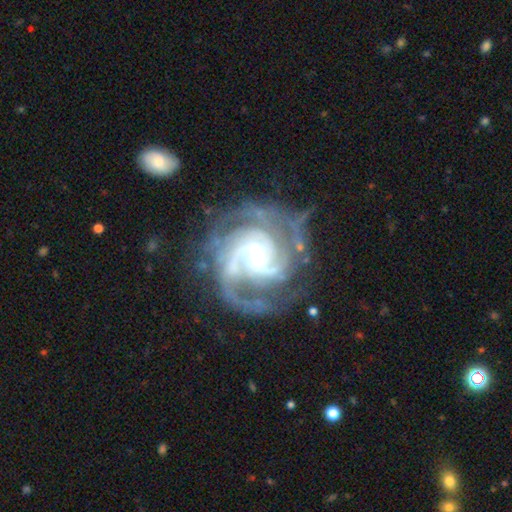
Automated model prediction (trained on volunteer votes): Smooth or featured?
  - featured or disk: 93% *
  - star or artifact: 4%
  - smooth: 3%
Edge-on disk?
  - no: 98% *
  - yes: 2%
Bar?
  - weak: 47% *
  - no: 33%
  - strong: 20%
Spiral arms?
  - yes: 99% *
  - no: 1%
Spiral winding?
  - tight: 49% *
  - medium: 44%
  - loose: 7%
Spiral arm count?
  - 2: 37% *
  - 3: 30%
  - can't tell: 11%
  - 4: 10%
  - more than 4: 6%
  - 1: 6%
Bulge size?
  - small: 56% *
  - moderate: 39%
  - large: 3%
  - none: 1%
  - dominant: 1%
Merging?
  - none: 67% *
  - minor disturbance: 18%
  - major disturbance: 13%
  - merger: 2%